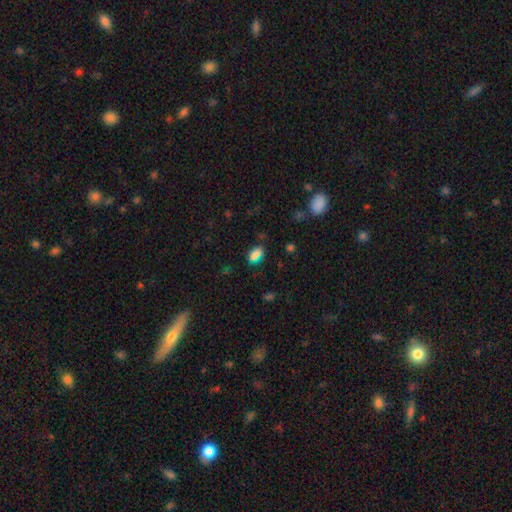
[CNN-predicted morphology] This appears to be a smooth galaxy with no disk features (74%) that is in between round and cigar-shaped (82%). Merging: none (78%).